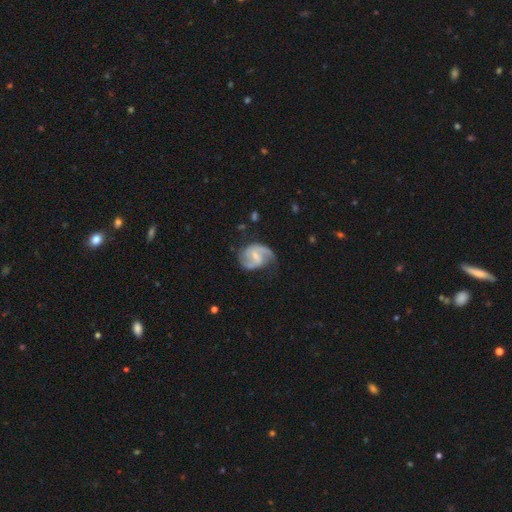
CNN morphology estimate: Overall: featured or disk (85%). Edge-on disk: no (98%). Bar: weak (55%; strong 27%). Spiral arms: yes (95%). Spiral arm count: 2 (85%). Spiral winding: medium (51%; loose 28%). Bulge size: small (54%; moderate 30%). Merging: none (65%).